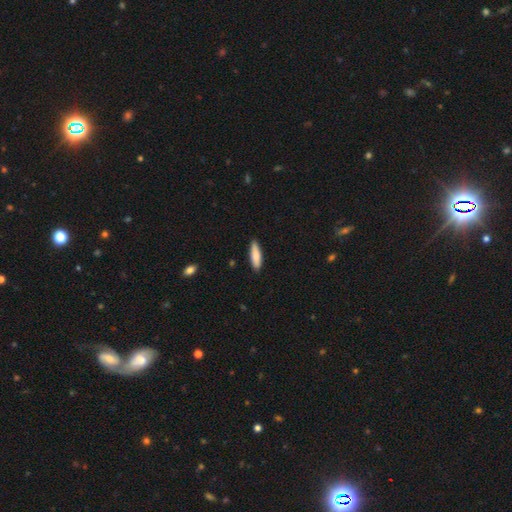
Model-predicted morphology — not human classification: Q: Smooth or featured?
A: smooth (82%); runner-up: featured or disk (13%)
Q: How rounded?
A: cigar-shaped (67%); runner-up: in between (32%)
Q: Merging?
A: none (87%); runner-up: minor disturbance (10%)